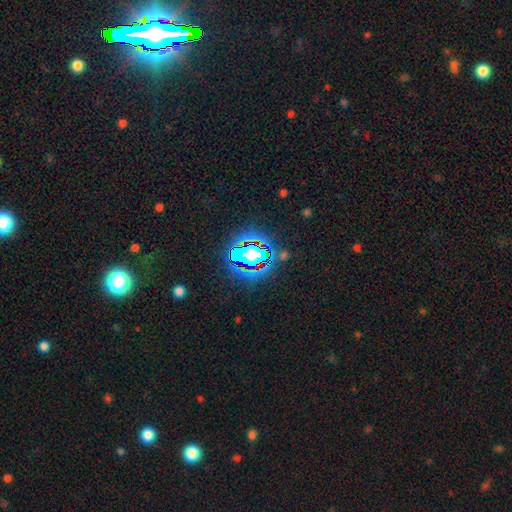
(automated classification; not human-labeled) This appears to be a star or artifact, not a galaxy (68%).